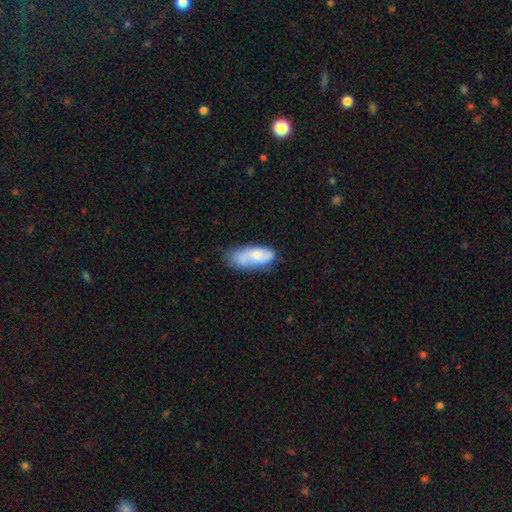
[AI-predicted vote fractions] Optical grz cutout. It shows a smooth galaxy with no disk features (68%) that is in between round and cigar-shaped (78%). Merging: none (47%).